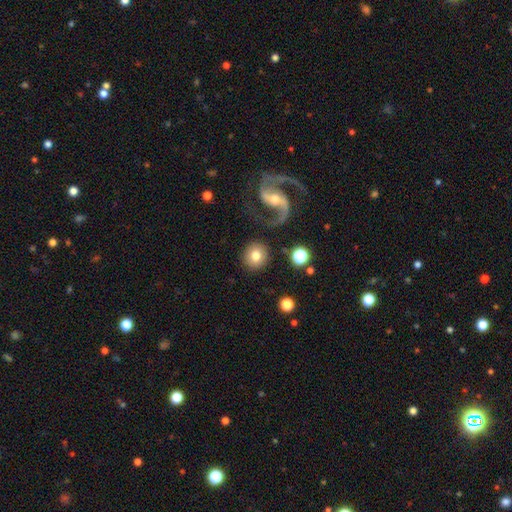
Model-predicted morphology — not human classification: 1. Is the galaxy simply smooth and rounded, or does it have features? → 72% smooth, 20% featured or disk, 8% star or artifact.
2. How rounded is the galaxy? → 91% round, 8% in between, 1% cigar-shaped.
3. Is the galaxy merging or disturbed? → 84% none, 7% minor disturbance, 5% major disturbance, 4% merger.